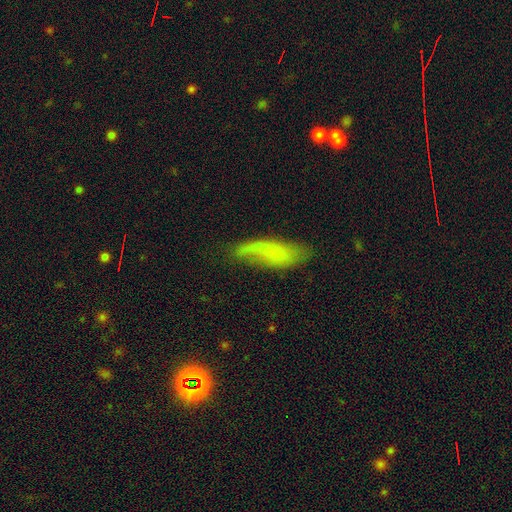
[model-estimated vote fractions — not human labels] This is possibly a smooth galaxy (48%). Merging: possibly none (46%).